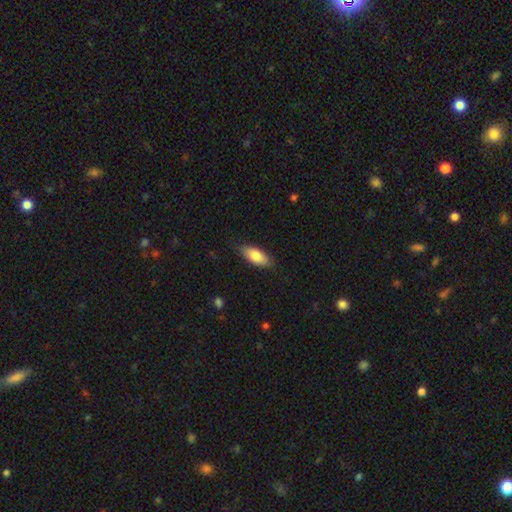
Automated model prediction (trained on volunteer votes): Morphology: type=smooth (82%); roundness=in between (83%); merging=none (81%).